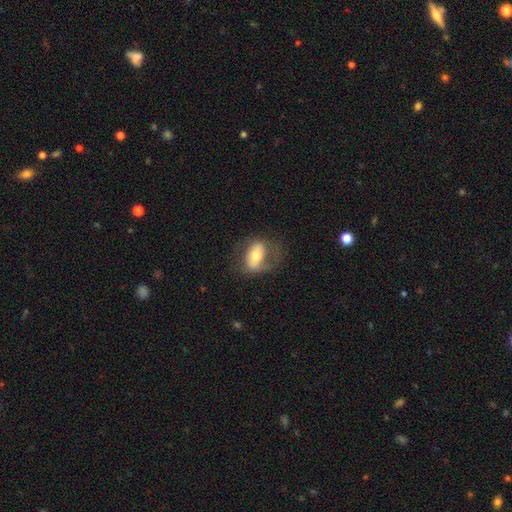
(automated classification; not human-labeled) featured or disk 48%, smooth 45%, star or artifact 7%. Down the decision tree: merging — none (59%).